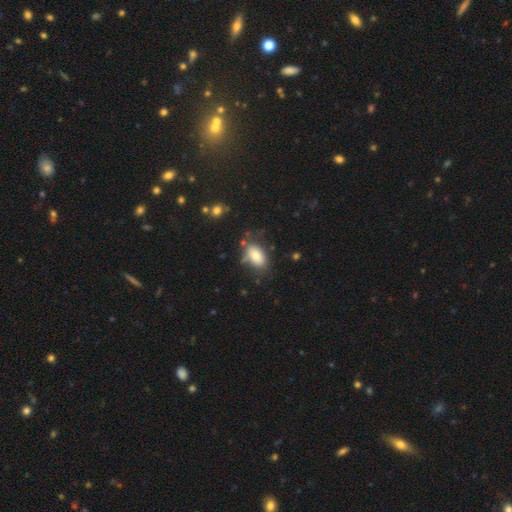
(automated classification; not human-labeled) A smooth galaxy with no disk features (79%) that is in between round and cigar-shaped (90%).

Vote fractions:
- Smooth or featured? smooth: 79% / featured or disk: 13% / star or artifact: 8%
- How rounded? in between: 90% / round: 8% / cigar-shaped: 2%
- Merging? none: 66% / minor disturbance: 21% / major disturbance: 7% / merger: 5%